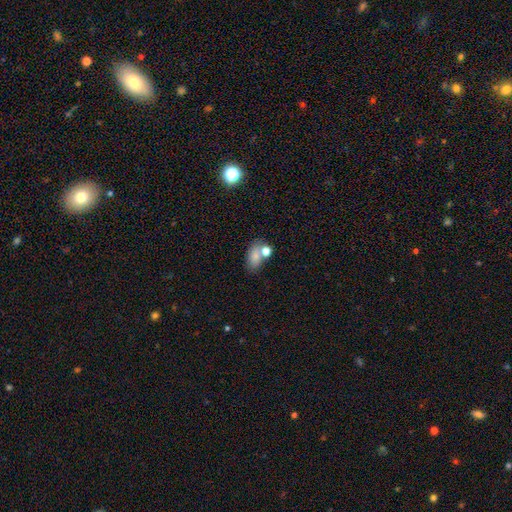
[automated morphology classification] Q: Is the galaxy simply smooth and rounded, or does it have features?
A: smooth — 76%.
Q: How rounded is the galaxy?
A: in between — 85%.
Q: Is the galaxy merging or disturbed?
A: none — 53%.